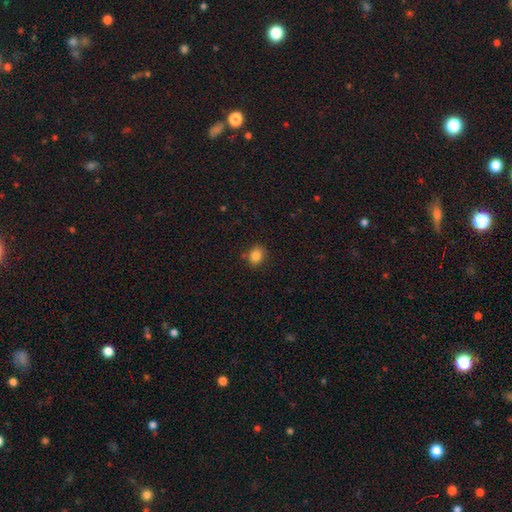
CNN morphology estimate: The model was most divided on "how rounded": in between: 54%, round: 45%, cigar-shaped: 1%. More confident: smooth or featured — smooth (84%); merging — none (80%).